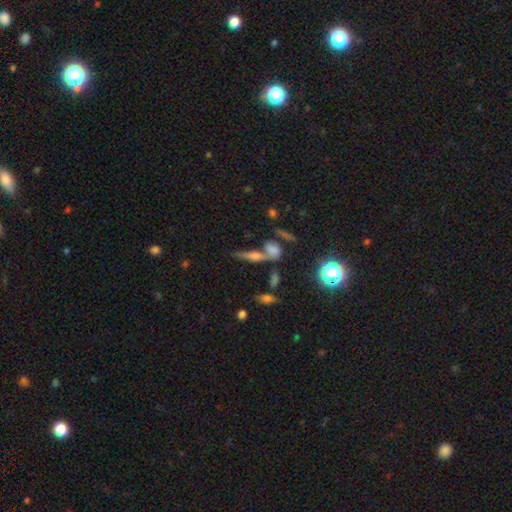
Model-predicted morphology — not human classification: The model was most divided on "smooth or featured": featured or disk: 44%, smooth: 34%, star or artifact: 22%. Remaining: merging — none (49%).